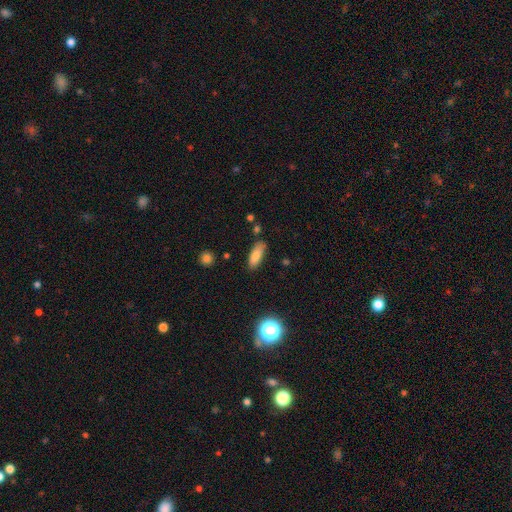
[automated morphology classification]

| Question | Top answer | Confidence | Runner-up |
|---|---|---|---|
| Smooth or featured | smooth | 81% | featured or disk (10%) |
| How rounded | in between | 66% | cigar-shaped (32%) |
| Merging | none | 80% | minor disturbance (14%) |